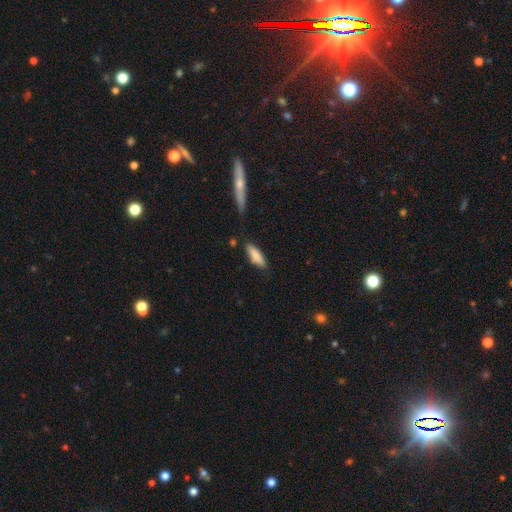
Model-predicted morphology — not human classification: This is clearly a smooth galaxy (82%). How rounded: possibly in between (53%). Merging: likely none (79%).